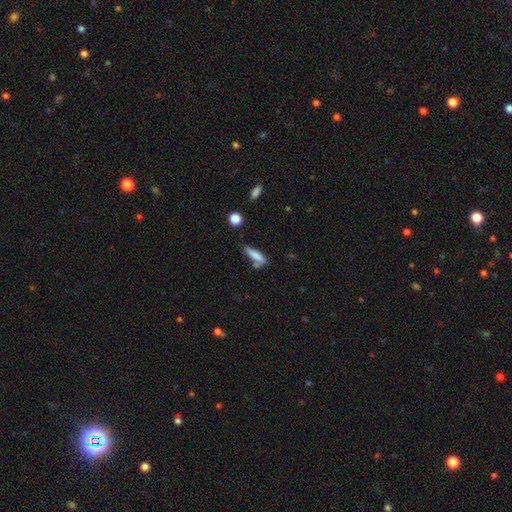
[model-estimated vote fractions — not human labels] Overall: smooth (78%). How rounded: cigar-shaped (68%; in between 30%). Merging: none (52%; minor disturbance 24%).